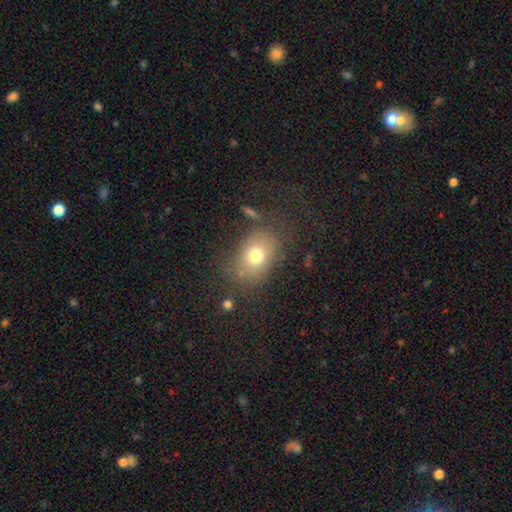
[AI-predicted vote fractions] smooth-or-featured: smooth: 74% | featured or disk: 14% | star or artifact: 12%
  how-rounded: in between: 67% | round: 32% | cigar-shaped: 1%
  merging: none: 72% | minor disturbance: 16% | major disturbance: 8% | merger: 4%